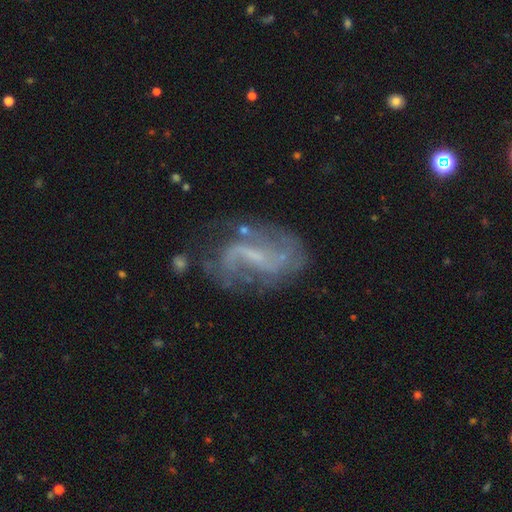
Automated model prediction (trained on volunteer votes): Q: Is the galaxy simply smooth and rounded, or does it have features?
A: featured or disk — 82%.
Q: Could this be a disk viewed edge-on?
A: no — 97%.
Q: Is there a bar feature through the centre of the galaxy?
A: weak — 49%.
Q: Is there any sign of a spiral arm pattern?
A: yes — 89%.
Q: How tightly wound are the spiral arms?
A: loose — 52%.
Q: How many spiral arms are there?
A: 2 — 74%.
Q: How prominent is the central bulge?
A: small — 51%.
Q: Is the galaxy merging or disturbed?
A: none — 60%.